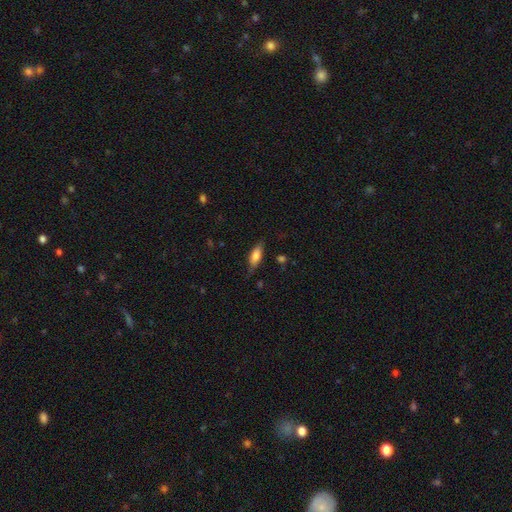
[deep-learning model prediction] Smooth or featured? smooth (73%)
How rounded? in between (68%)
Merging? none (71%)